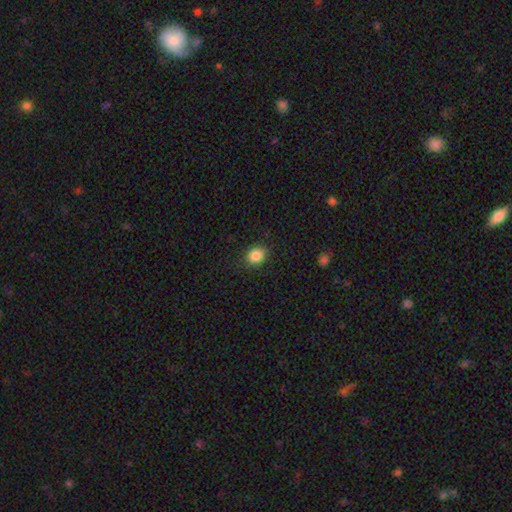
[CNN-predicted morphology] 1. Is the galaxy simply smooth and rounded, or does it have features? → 86% smooth, 10% star or artifact, 4% featured or disk.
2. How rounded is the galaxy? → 61% round, 38% in between, 1% cigar-shaped.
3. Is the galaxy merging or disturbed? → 87% none, 9% minor disturbance, 3% major disturbance, 1% merger.